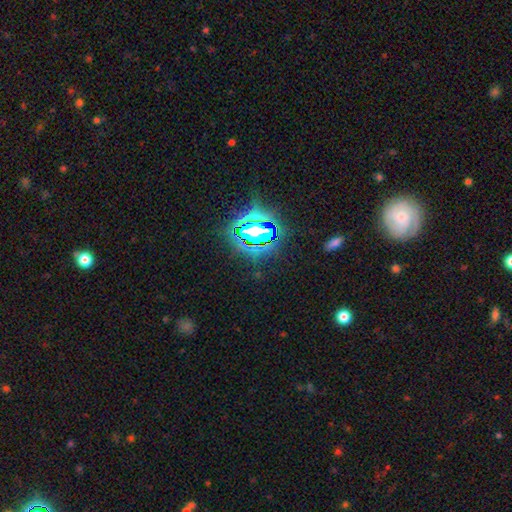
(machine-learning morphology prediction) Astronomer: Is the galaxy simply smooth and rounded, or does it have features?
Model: star or artifact — 78%.